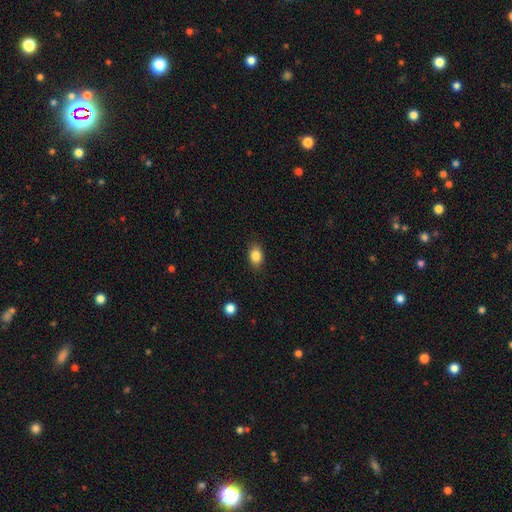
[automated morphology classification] This is clearly a smooth galaxy (85%). How rounded: likely in between (77%). Merging: clearly none (85%).